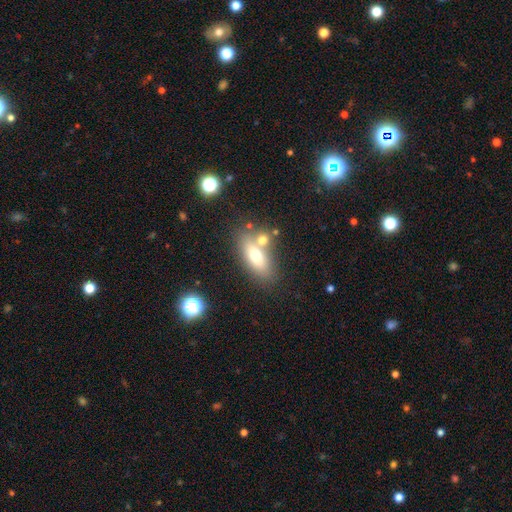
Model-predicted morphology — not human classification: smooth 64%, featured or disk 26%, star or artifact 10%. Down the decision tree: how rounded — in between (75%); merging — none (61%).